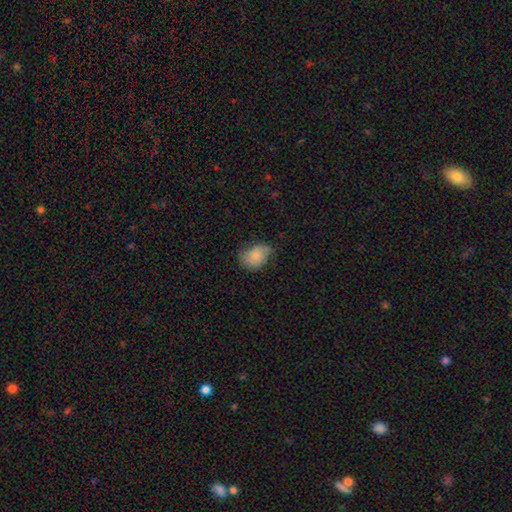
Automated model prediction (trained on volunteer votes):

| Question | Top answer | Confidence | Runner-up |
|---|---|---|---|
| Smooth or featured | smooth | 78% | featured or disk (14%) |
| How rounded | in between | 72% | round (27%) |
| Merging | none | 48% | minor disturbance (39%) |